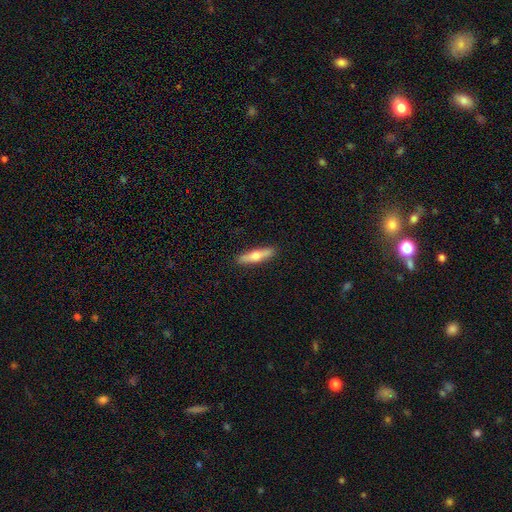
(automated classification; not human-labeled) Smooth or featured: smooth — 51% (featured or disk — 43%)
How rounded: cigar-shaped — 80% (in between — 18%)
Merging: none — 90% (minor disturbance — 7%)